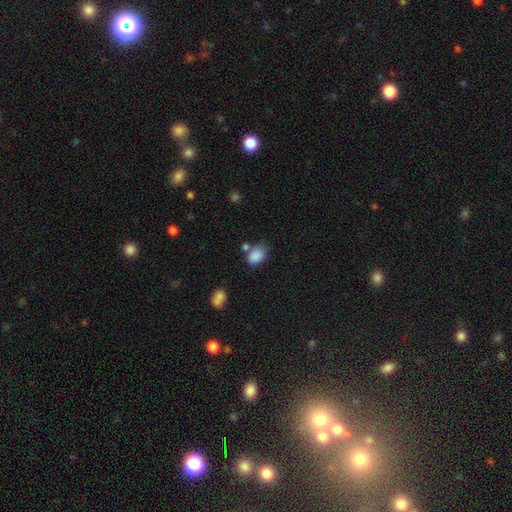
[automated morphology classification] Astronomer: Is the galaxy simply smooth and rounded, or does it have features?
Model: smooth — 86%.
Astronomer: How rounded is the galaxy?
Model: in between — 80%.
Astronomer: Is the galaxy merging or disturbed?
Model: none — 56%.